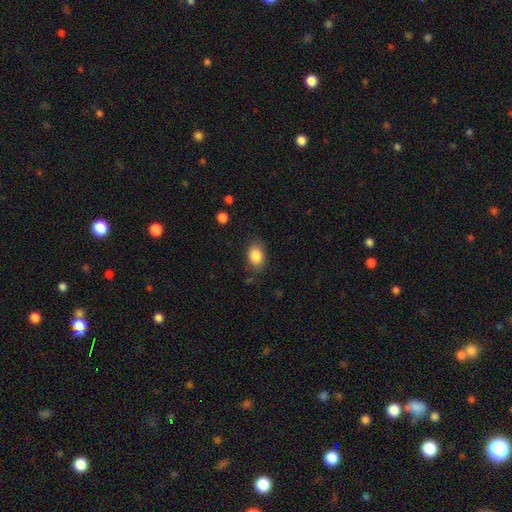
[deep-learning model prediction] A smooth galaxy with no disk features (86%) that is in between round and cigar-shaped (81%).

Vote fractions:
- Smooth or featured? smooth: 86% / star or artifact: 8% / featured or disk: 6%
- How rounded? in between: 81% / round: 18% / cigar-shaped: 1%
- Merging? none: 79% / minor disturbance: 16% / major disturbance: 4% / merger: 2%